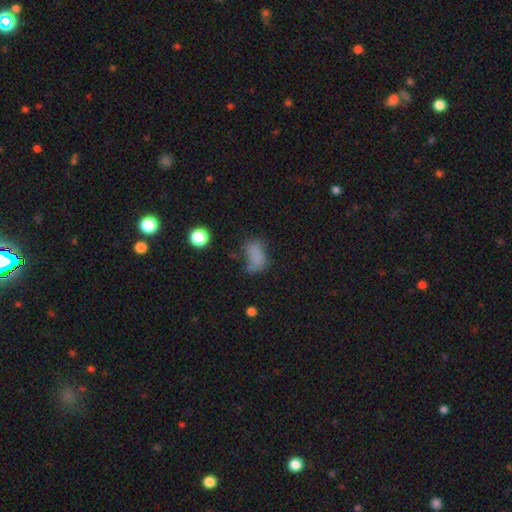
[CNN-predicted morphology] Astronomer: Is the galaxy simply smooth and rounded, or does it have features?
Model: smooth — 71%.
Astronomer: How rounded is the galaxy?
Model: in between — 84%.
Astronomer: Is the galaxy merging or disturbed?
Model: none — 38% (runner-up: minor disturbance, 29%).